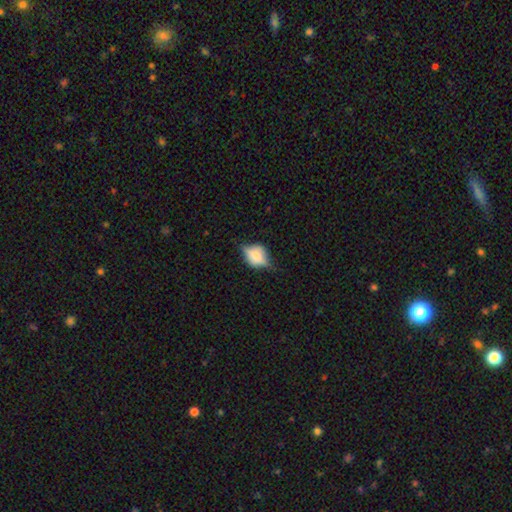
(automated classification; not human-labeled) featured or disk 50%, smooth 39%, star or artifact 10%. Down the decision tree: edge-on disk — yes (84%); merging — none (61%).